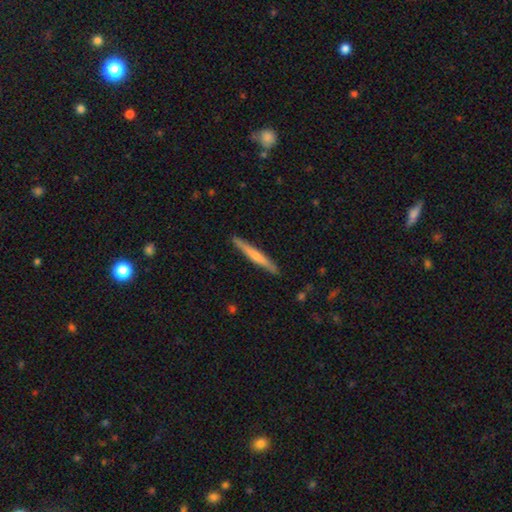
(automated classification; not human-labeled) Smooth or featured: smooth — 54% (featured or disk — 41%)
How rounded: cigar-shaped — 96% (in between — 3%)
Merging: none — 90% (minor disturbance — 8%)